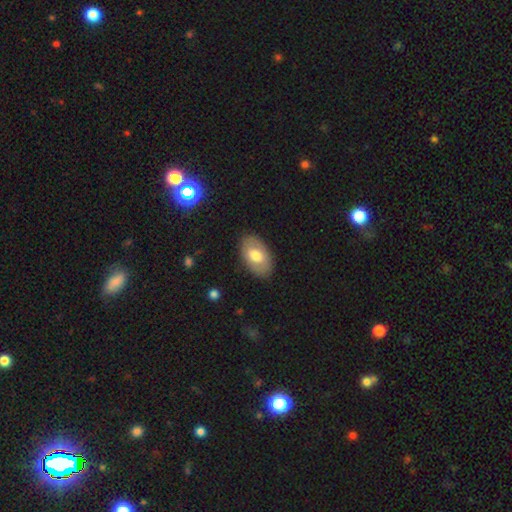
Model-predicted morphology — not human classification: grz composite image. It shows a smooth galaxy with no disk features (66%) that is in between round and cigar-shaped (92%). Merging: none (85%).